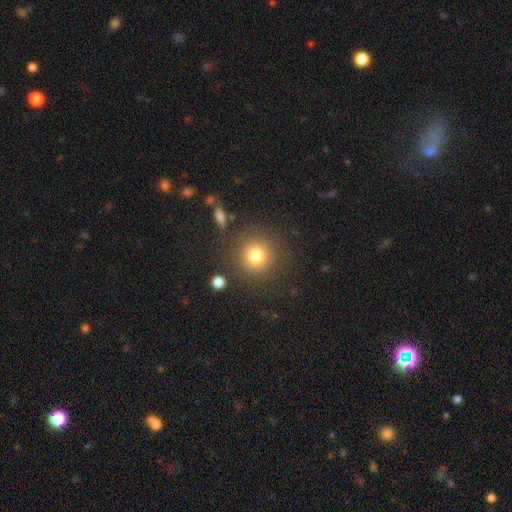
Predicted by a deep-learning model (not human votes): A smooth galaxy with no disk features (79%) that is round (93%).

Vote fractions:
- Smooth or featured? smooth: 79% / star or artifact: 12% / featured or disk: 9%
- How rounded? round: 93% / in between: 6% / cigar-shaped: 1%
- Merging? none: 84% / minor disturbance: 8% / major disturbance: 4% / merger: 3%